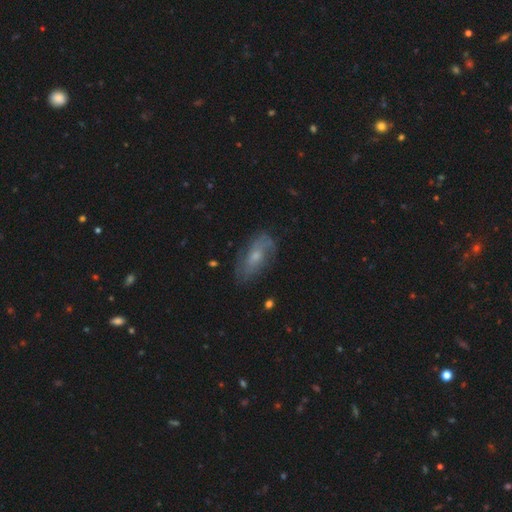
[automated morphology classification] The model was most divided on "smooth or featured": featured or disk: 55%, smooth: 36%, star or artifact: 9%. More confident: edge-on disk — no (87%); merging — none (69%).